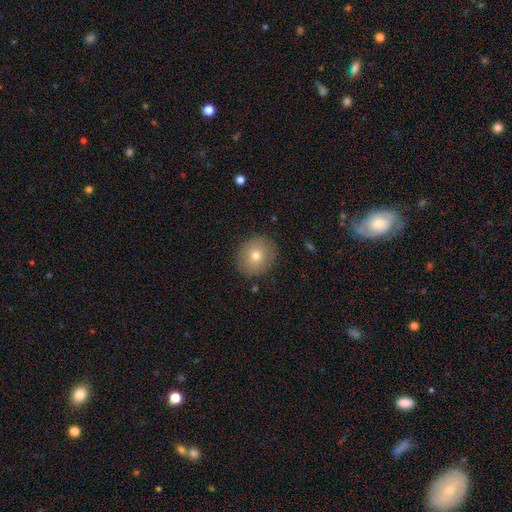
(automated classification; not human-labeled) Smooth or featured?
  - smooth: 74% *
  - featured or disk: 16%
  - star or artifact: 10%
How rounded?
  - round: 75% *
  - in between: 24%
  - cigar-shaped: 1%
Merging?
  - none: 87% *
  - minor disturbance: 9%
  - major disturbance: 3%
  - merger: 1%